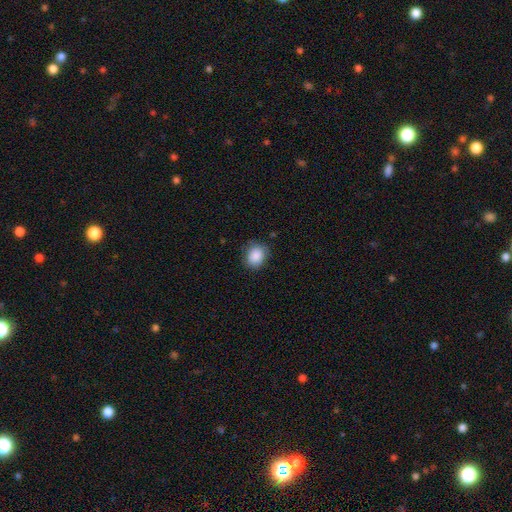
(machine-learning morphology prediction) smooth_or_featured: smooth (p=0.88) [alt: star or artifact p=0.07]
how_rounded: round (p=0.56) [alt: in between p=0.43]
merging: none (p=0.78) [alt: minor disturbance p=0.17]